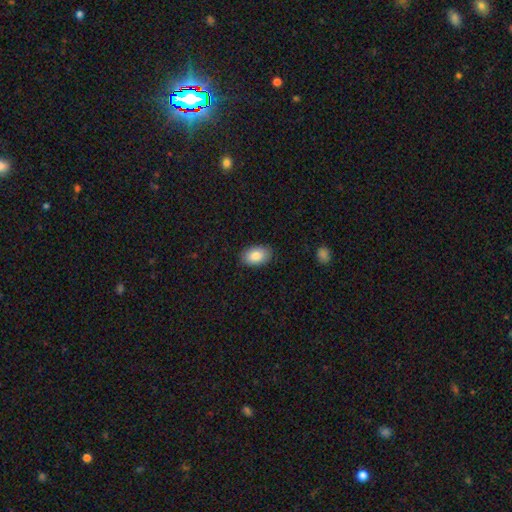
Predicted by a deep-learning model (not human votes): The model was most divided on "smooth or featured": smooth: 85%, featured or disk: 8%, star or artifact: 7%. More confident: how rounded — in between (91%); merging — none (88%).